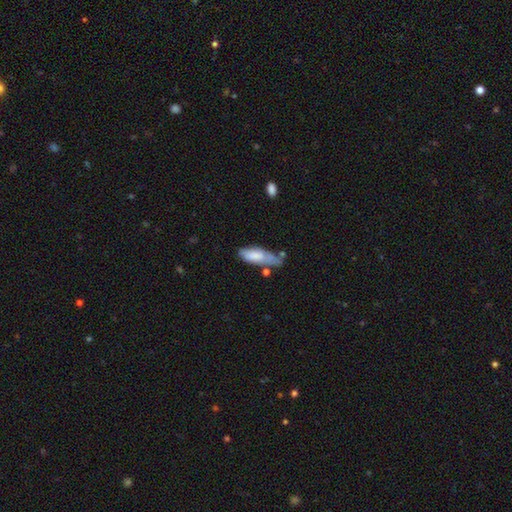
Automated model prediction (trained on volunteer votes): This appears to be a smooth galaxy with no disk features (71%) that is in between round and cigar-shaped (66%). Merging: none (36%, tied with minor disturbance).